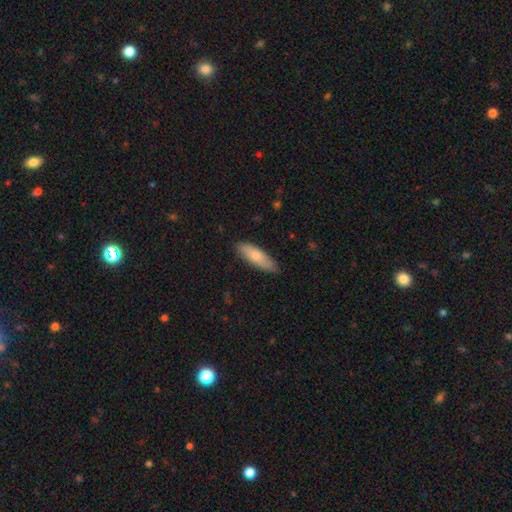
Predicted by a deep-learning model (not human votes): This appears to be a smooth galaxy with no disk features (77%) that is cigar-shaped (51%). Merging: none (85%).